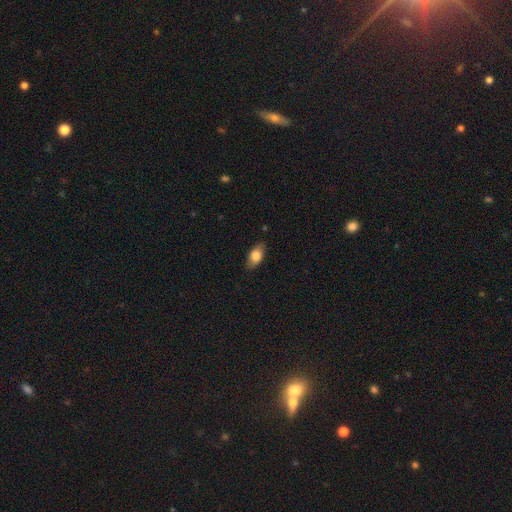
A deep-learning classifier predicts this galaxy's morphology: A smooth galaxy with no disk features (76%) that is in between round and cigar-shaped (88%).

Vote fractions:
- Smooth or featured? smooth: 76% / featured or disk: 17% / star or artifact: 7%
- How rounded? in between: 88% / cigar-shaped: 8% / round: 5%
- Merging? none: 85% / minor disturbance: 12% / major disturbance: 2% / merger: 1%